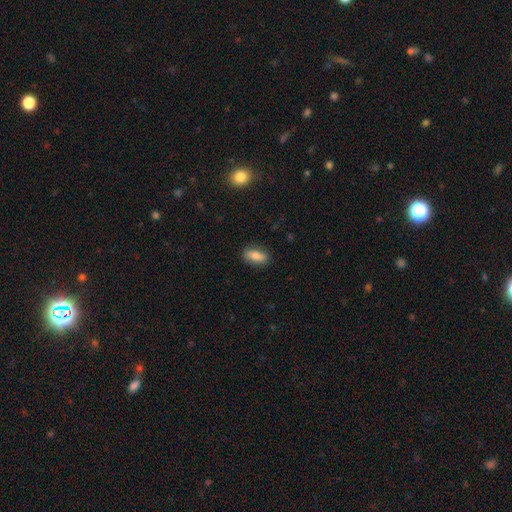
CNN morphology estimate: type=smooth (80%); roundness=in between (79%); merging=none (85%).